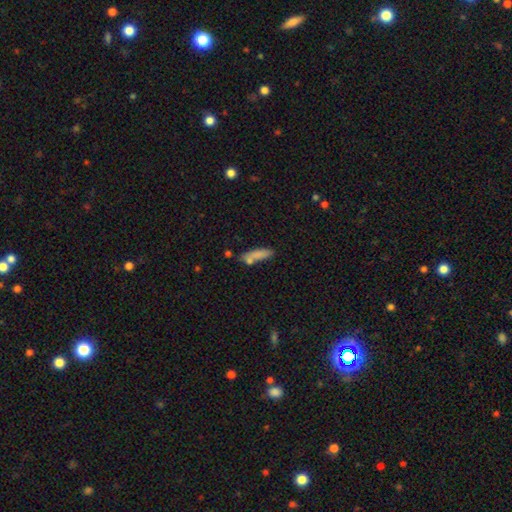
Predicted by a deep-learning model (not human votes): Smooth or featured? Predicted: smooth (p=0.79). How rounded? Predicted: cigar-shaped (p=0.70). Merging? Predicted: none (p=0.64).